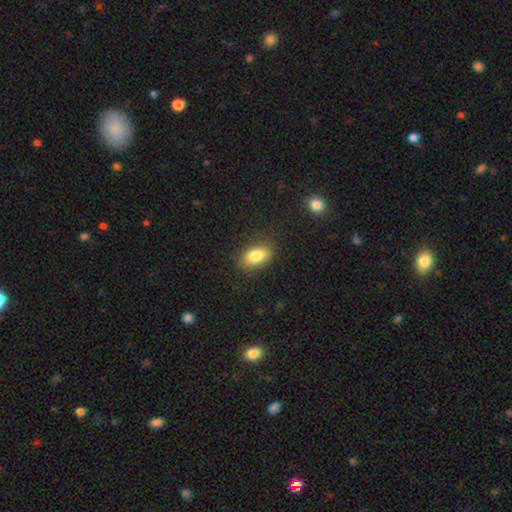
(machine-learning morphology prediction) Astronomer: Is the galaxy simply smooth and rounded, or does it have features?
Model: smooth — 84%.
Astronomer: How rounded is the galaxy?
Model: in between — 89%.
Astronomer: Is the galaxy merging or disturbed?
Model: none — 82%.